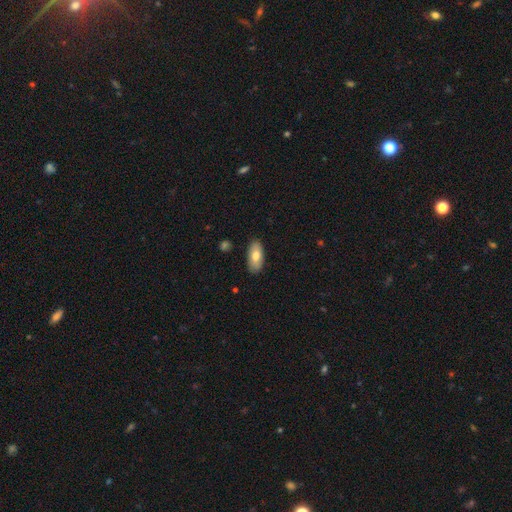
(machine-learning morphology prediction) Smooth or featured?
  - smooth: 74% *
  - featured or disk: 20%
  - star or artifact: 6%
How rounded?
  - in between: 90% *
  - cigar-shaped: 7%
  - round: 3%
Merging?
  - none: 87% *
  - minor disturbance: 10%
  - major disturbance: 2%
  - merger: 1%